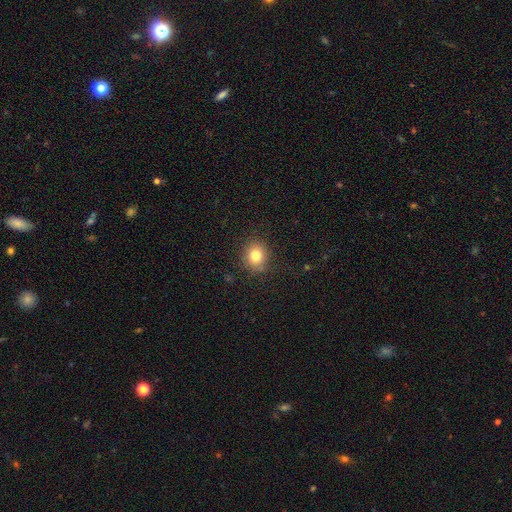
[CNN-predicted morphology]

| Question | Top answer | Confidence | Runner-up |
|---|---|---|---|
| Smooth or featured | smooth | 80% | star or artifact (12%) |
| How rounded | round | 79% | in between (20%) |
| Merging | none | 86% | minor disturbance (10%) |